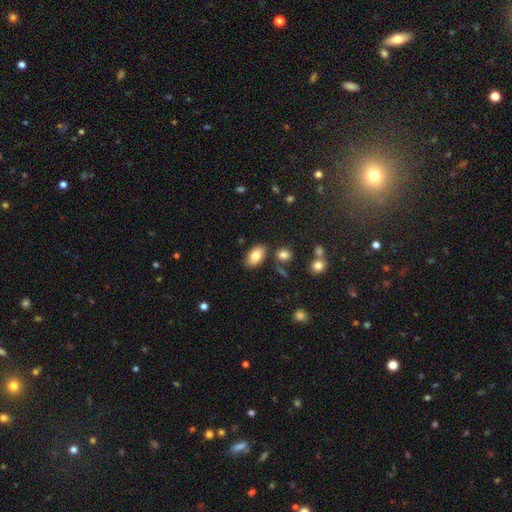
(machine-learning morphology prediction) Smooth or featured?
  - smooth: 80% *
  - featured or disk: 12%
  - star or artifact: 8%
How rounded?
  - in between: 93% *
  - round: 5%
  - cigar-shaped: 2%
Merging?
  - none: 81% *
  - minor disturbance: 11%
  - merger: 5%
  - major disturbance: 3%